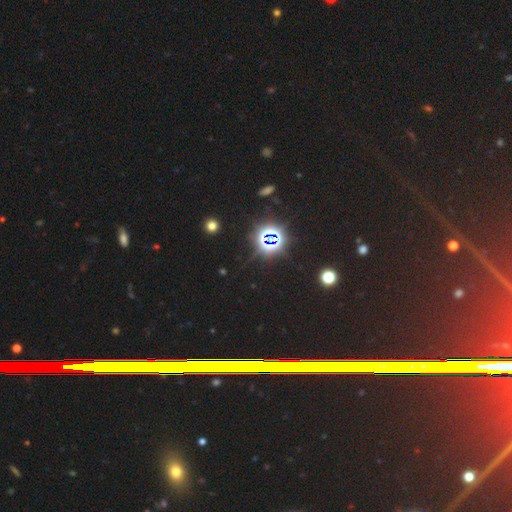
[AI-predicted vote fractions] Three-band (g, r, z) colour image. It shows a star or artifact, not a galaxy (77%).